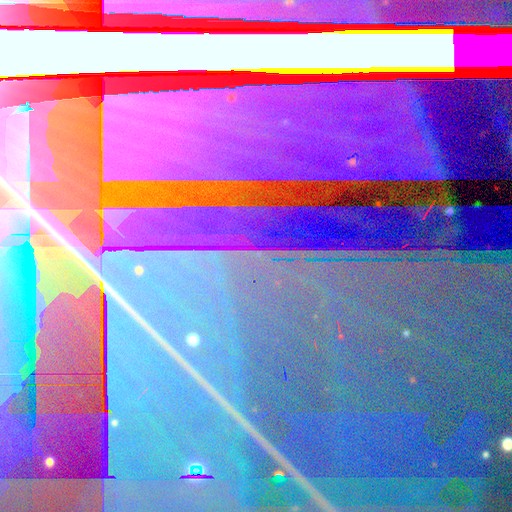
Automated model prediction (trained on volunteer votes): smooth_or_featured: star or artifact (p=0.85) [alt: featured or disk p=0.10]